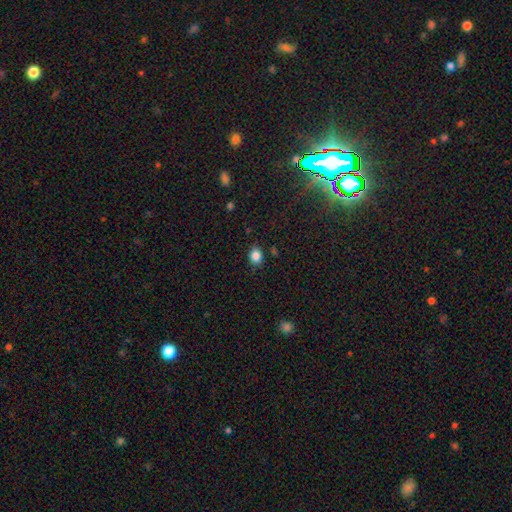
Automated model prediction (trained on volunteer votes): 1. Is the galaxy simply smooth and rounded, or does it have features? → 84% smooth, 11% star or artifact, 5% featured or disk.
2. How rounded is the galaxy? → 50% in between, 49% round, 1% cigar-shaped.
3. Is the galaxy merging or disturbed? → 83% none, 13% minor disturbance, 3% major disturbance, 2% merger.